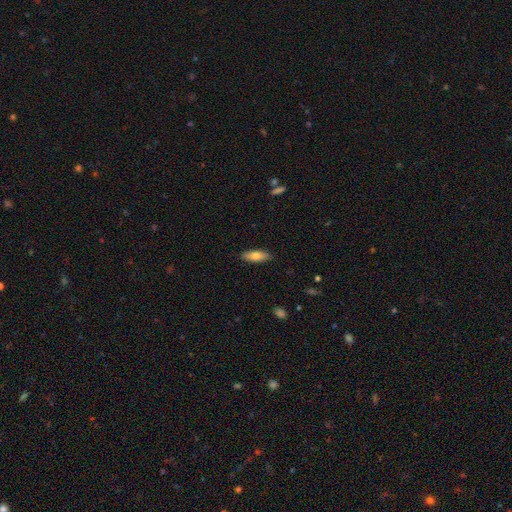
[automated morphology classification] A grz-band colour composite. It shows a smooth galaxy with no disk features (76%) that is in between round and cigar-shaped (68%). Merging: none (87%).